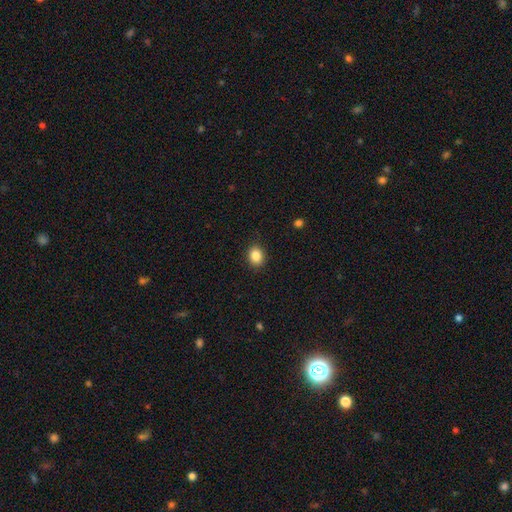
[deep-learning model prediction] The model was most divided on "how rounded": round: 55%, in between: 44%, cigar-shaped: 1%. More confident: merging — none (89%); smooth or featured — smooth (86%).